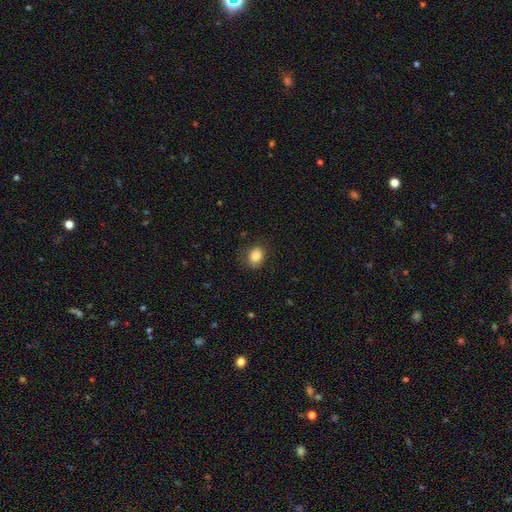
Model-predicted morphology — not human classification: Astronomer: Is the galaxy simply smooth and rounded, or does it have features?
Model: smooth — 85%.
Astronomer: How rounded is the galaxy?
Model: in between — 59% (runner-up: round, 40%).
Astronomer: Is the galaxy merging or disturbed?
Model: none — 78%.